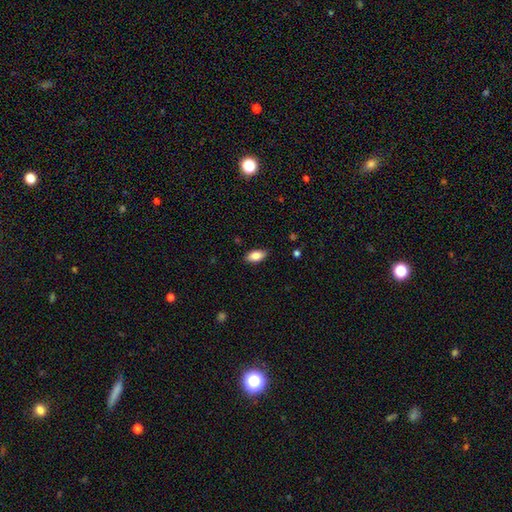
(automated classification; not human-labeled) smooth_or_featured: smooth (p=0.83) [alt: featured or disk p=0.10]
how_rounded: in between (p=0.91) [alt: cigar-shaped p=0.06]
merging: none (p=0.86) [alt: minor disturbance p=0.11]